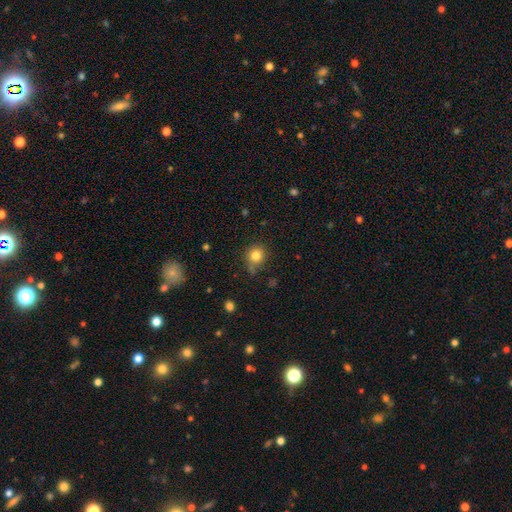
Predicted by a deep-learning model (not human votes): smooth 81%, star or artifact 12%, featured or disk 7%. Down the decision tree: how rounded — round (86%); merging — none (74%).